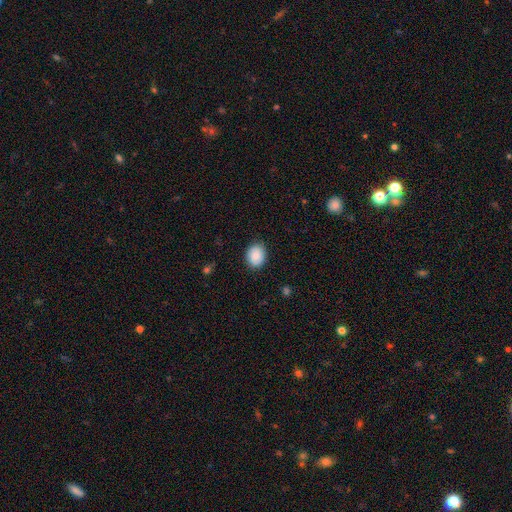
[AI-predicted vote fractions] smooth_or_featured: smooth (p=0.84) [alt: featured or disk p=0.09]
how_rounded: round (p=0.50) [alt: in between p=0.49]
merging: none (p=0.86) [alt: minor disturbance p=0.11]